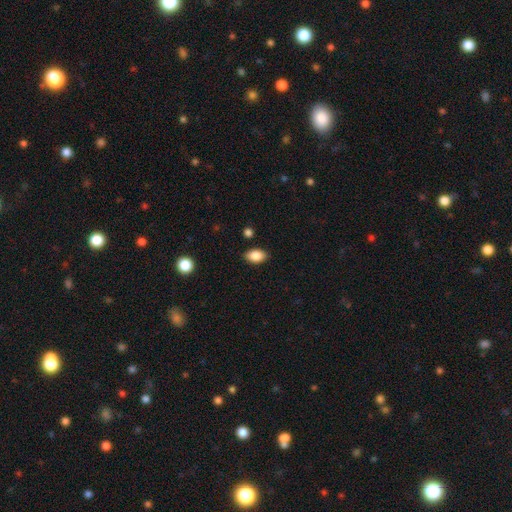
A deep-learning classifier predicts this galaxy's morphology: This is clearly a smooth galaxy (86%). How rounded: clearly in between (89%). Merging: clearly none (86%).